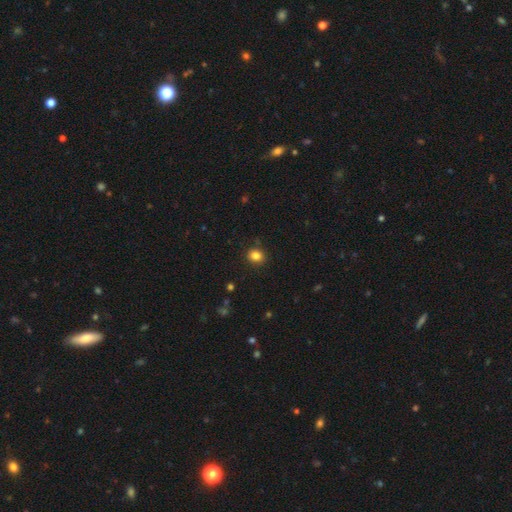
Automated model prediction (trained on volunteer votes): Overall: smooth (83%). How rounded: round (66%; in between 33%). Merging: none (88%).